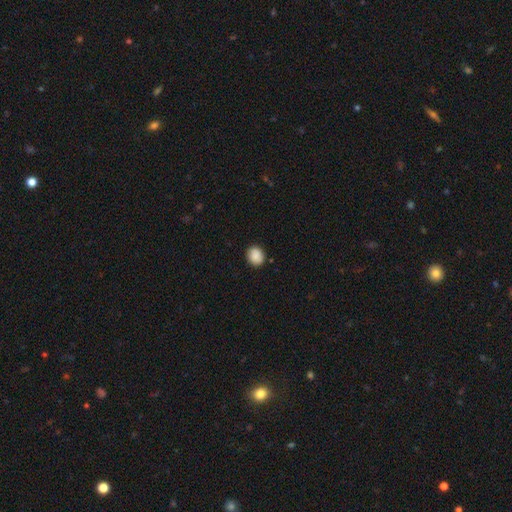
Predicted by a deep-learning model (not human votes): smooth_or_featured: smooth (p=0.88) [alt: star or artifact p=0.08]
how_rounded: round (p=0.70) [alt: in between p=0.29]
merging: none (p=0.88) [alt: minor disturbance p=0.09]